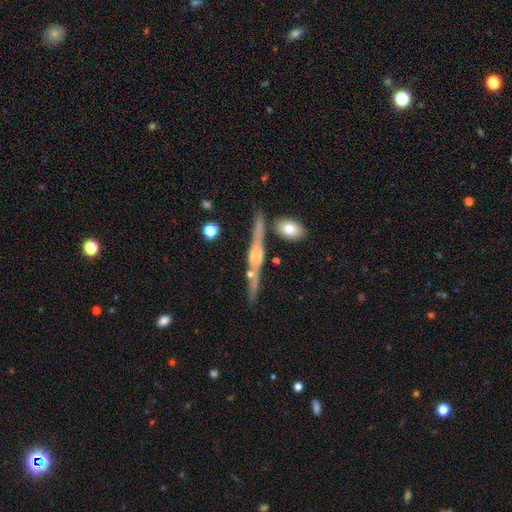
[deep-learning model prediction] Smooth or featured: featured or disk — 76% (smooth — 18%)
Edge-on disk: yes — 94% (no — 6%)
Edge-on bulge: rounded — 66% (boxy — 21%)
Merging: none — 74% (minor disturbance — 14%)